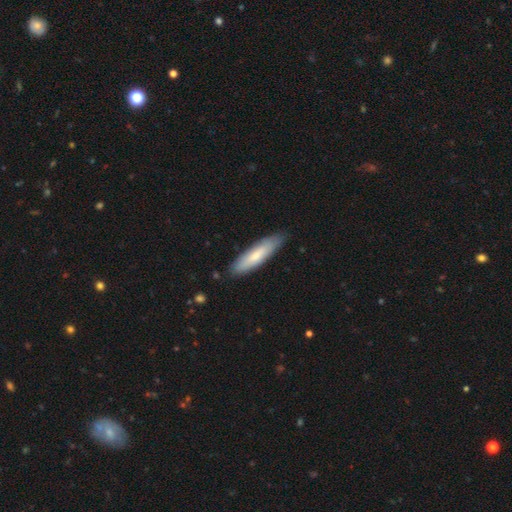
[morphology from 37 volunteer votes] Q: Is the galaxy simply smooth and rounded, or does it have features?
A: smooth — 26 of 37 (70%).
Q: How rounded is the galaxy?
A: cigar-shaped — 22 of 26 (85%).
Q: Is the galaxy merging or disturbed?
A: none — 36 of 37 (97%).